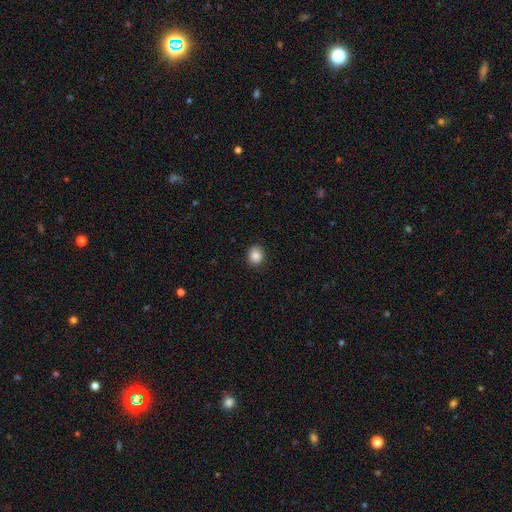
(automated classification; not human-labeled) A smooth galaxy with no disk features (86%) that is round (73%). Merging: none (89%).